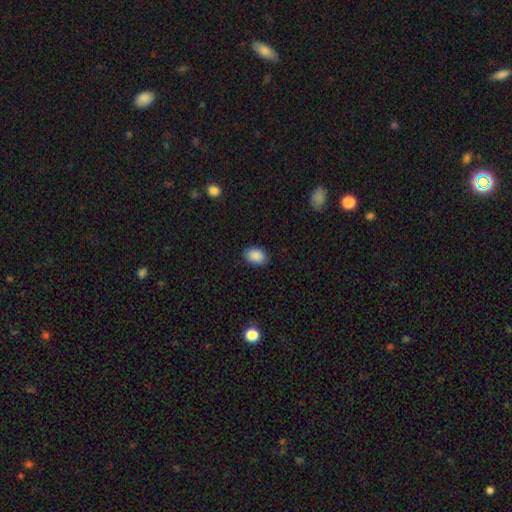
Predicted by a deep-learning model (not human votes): A smooth galaxy with no disk features (90%) that is in between round and cigar-shaped (85%).

Vote fractions:
- Smooth or featured? smooth: 90% / star or artifact: 7% / featured or disk: 3%
- How rounded? in between: 85% / round: 14% / cigar-shaped: 1%
- Merging? none: 87% / minor disturbance: 10% / major disturbance: 2% / merger: 1%